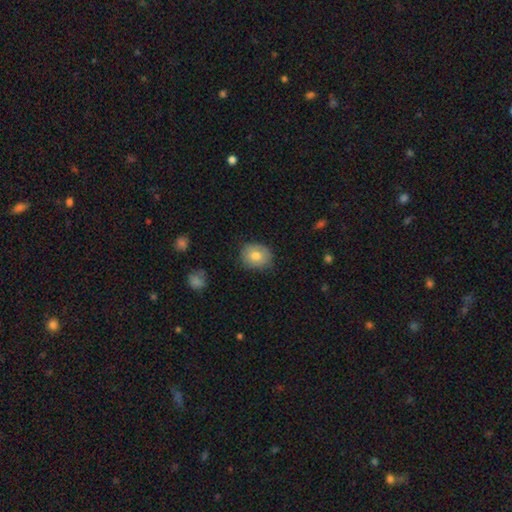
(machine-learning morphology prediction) This appears to be a smooth galaxy with no disk features (77%) that is round (70%). Merging: none (79%).